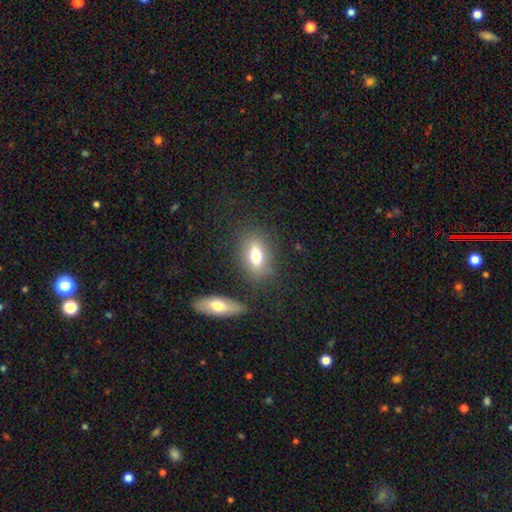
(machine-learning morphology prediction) This is likely a smooth galaxy (72%). How rounded: clearly in between (80%). Merging: likely none (77%).